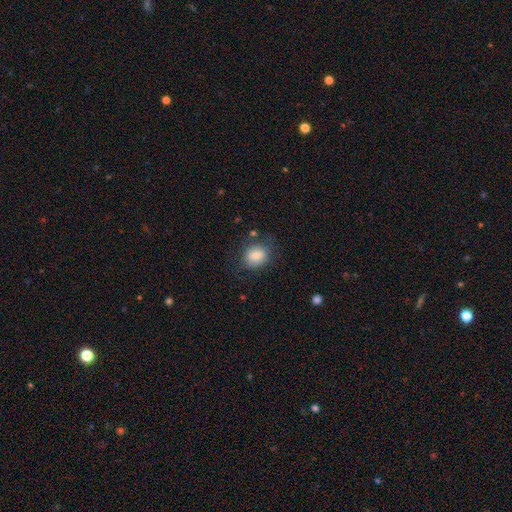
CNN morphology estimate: smooth 76%, featured or disk 14%, star or artifact 9%. Down the decision tree: how rounded — round (64%); merging — none (71%).